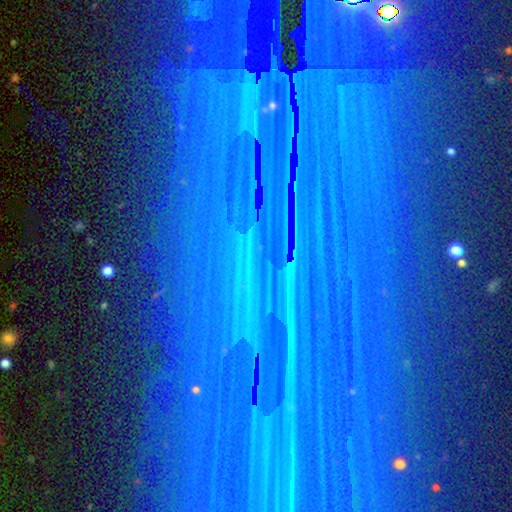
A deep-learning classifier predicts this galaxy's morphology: A star or artifact, not a galaxy (81%).